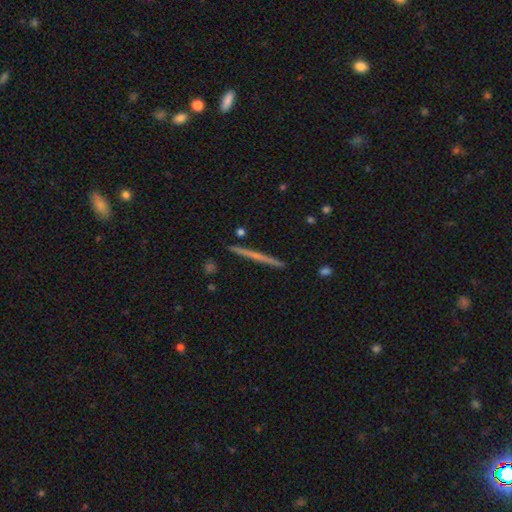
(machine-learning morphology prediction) Smooth or featured?
  - featured or disk: 58% *
  - smooth: 37%
  - star or artifact: 6%
Edge-on disk?
  - yes: 98% *
  - no: 2%
Edge-on bulge?
  - none: 80% *
  - rounded: 16%
  - boxy: 4%
Merging?
  - none: 92% *
  - minor disturbance: 5%
  - merger: 1%
  - major disturbance: 1%